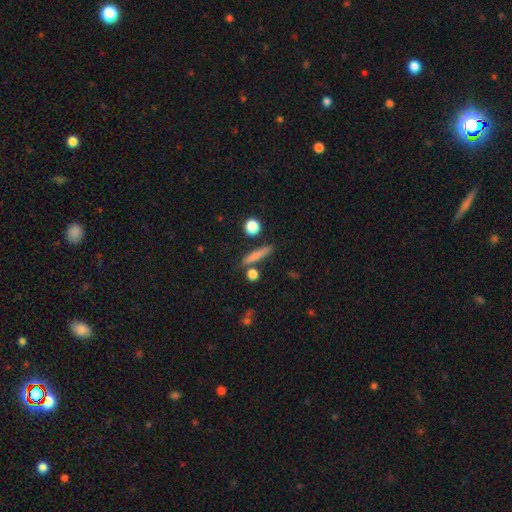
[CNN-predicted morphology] smooth 75%, featured or disk 16%, star or artifact 8%. Down the decision tree: how rounded — cigar-shaped (79%); merging — none (80%).